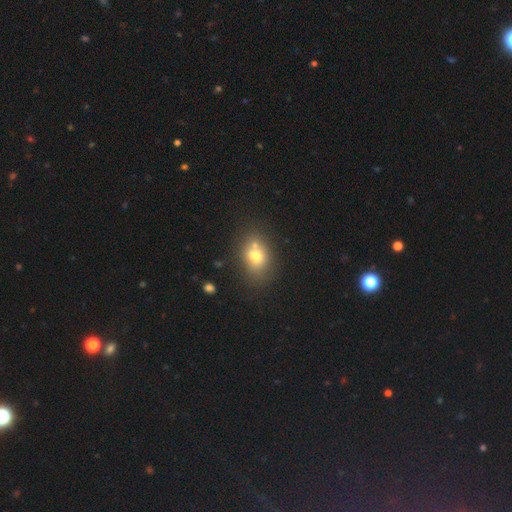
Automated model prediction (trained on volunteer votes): Q: Smooth or featured?
A: smooth (72%); runner-up: featured or disk (16%)
Q: How rounded?
A: in between (61%); runner-up: round (38%)
Q: Merging?
A: none (61%); runner-up: merger (20%)